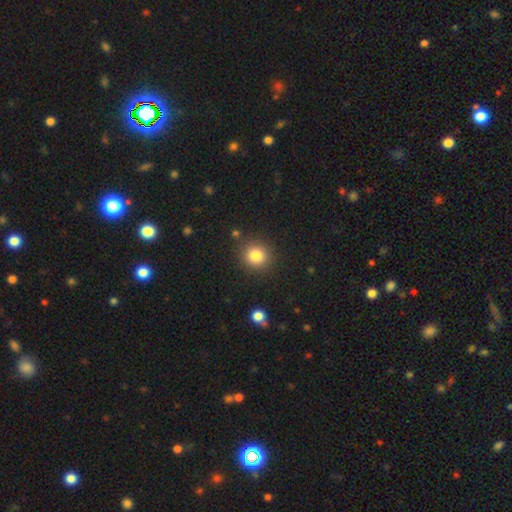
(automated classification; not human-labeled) Q: Smooth or featured?
A: smooth (83%); runner-up: star or artifact (11%)
Q: How rounded?
A: round (90%); runner-up: in between (9%)
Q: Merging?
A: none (87%); runner-up: minor disturbance (7%)